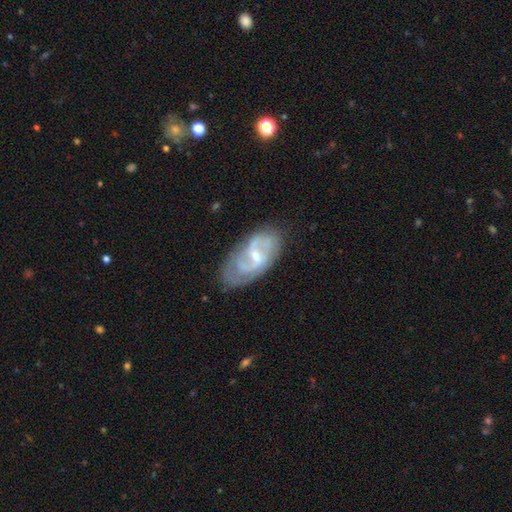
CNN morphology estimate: The model was most divided on "spiral winding": medium: 45%, tight: 30%, loose: 25%. More confident: edge-on disk — no (95%); spiral arms — yes (89%); smooth or featured — featured or disk (81%); merging — none (70%); spiral arm count — 2 (65%); bulge size — small (57%); bar — weak (56%).